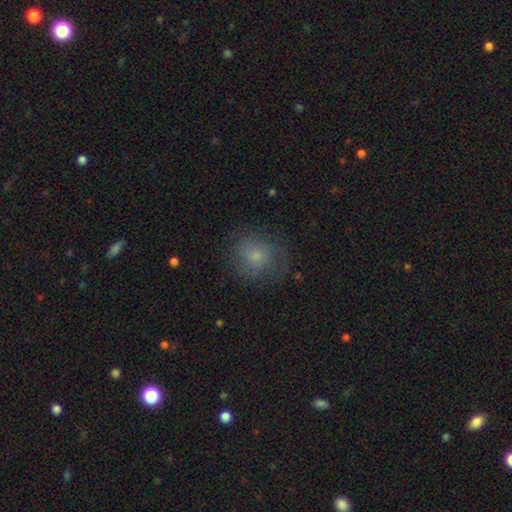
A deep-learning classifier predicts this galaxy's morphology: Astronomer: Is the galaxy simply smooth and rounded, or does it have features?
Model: smooth — 72%.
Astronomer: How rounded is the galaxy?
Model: round — 79%.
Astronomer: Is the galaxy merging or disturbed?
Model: none — 70%.